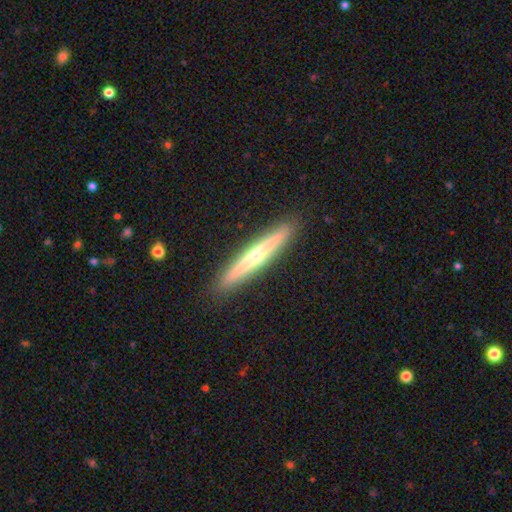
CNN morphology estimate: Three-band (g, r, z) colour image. It shows a featured or disk galaxy (66%) viewed edge-on (97%) with a rounded central bulge (78%). Merging: none (92%).